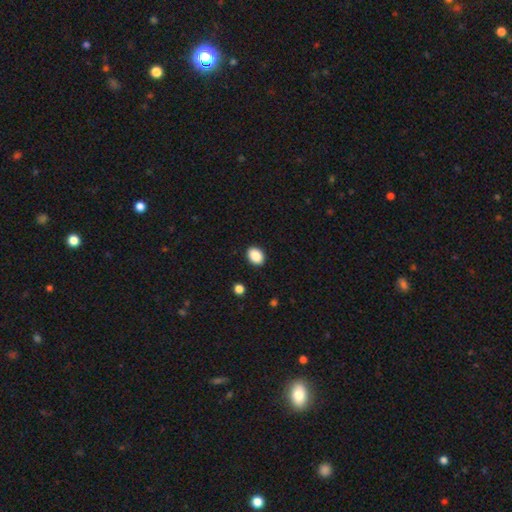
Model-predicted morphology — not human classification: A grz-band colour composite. It shows a smooth galaxy with no disk features (88%) that is in between round and cigar-shaped (74%). Merging: none (90%).